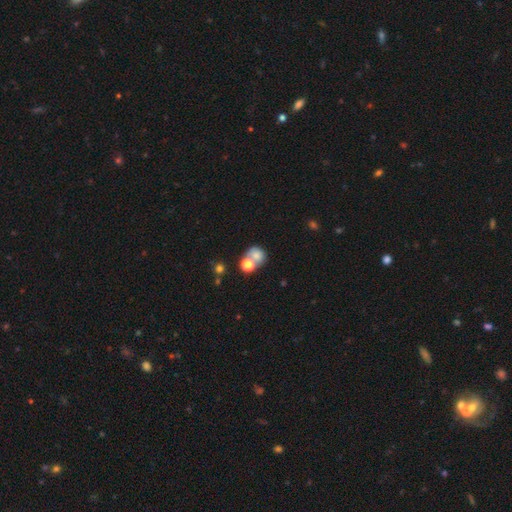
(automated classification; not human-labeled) Morphology: type=smooth (74%); roundness=round (69%); merging=merger (44%).